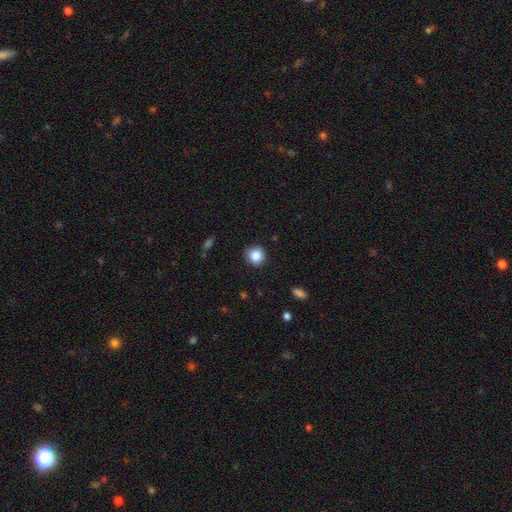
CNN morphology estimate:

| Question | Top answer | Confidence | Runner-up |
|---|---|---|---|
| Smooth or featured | smooth | 86% | star or artifact (10%) |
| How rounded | round | 91% | in between (8%) |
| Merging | none | 88% | minor disturbance (9%) |